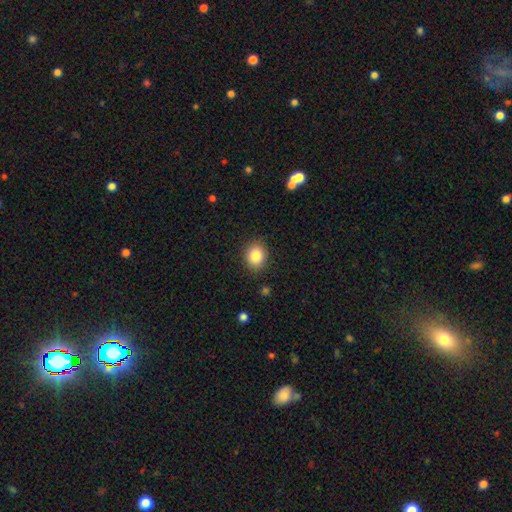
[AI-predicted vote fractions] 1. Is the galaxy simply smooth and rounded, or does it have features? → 86% smooth, 9% star or artifact, 5% featured or disk.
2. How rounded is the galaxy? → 55% round, 44% in between, 1% cigar-shaped.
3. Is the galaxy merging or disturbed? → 86% none, 10% minor disturbance, 3% major disturbance, 1% merger.